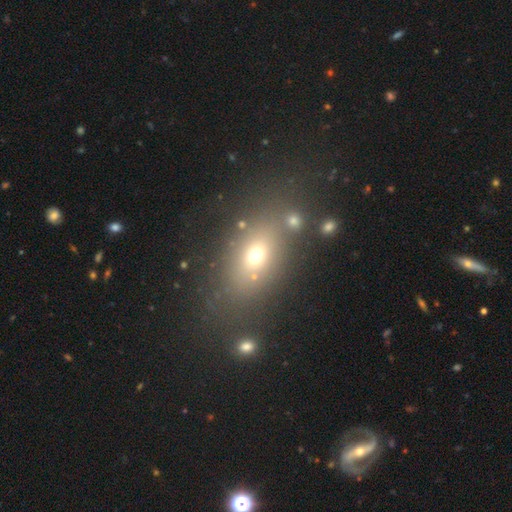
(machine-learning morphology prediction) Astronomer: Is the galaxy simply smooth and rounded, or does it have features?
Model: smooth — 64%.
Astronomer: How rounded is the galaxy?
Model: in between — 72%.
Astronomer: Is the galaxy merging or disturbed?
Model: none — 73%.